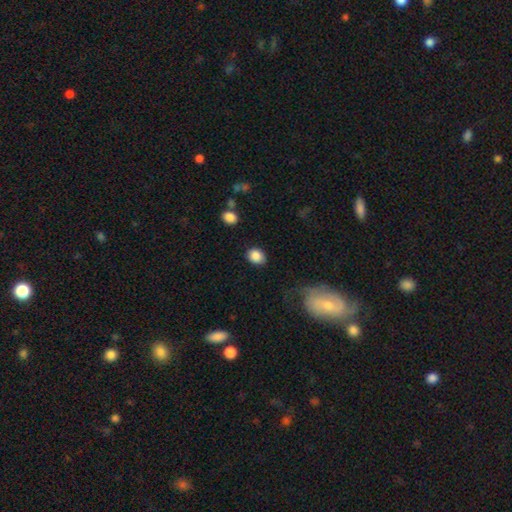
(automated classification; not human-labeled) A smooth galaxy with no disk features (87%) that is round (50%). Merging: none (84%).